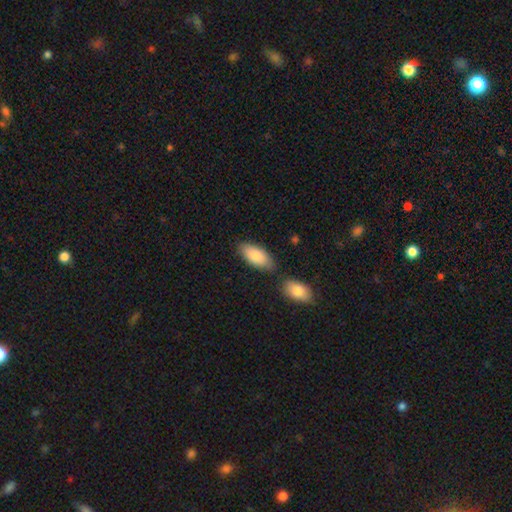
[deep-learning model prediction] smooth 82%, featured or disk 12%, star or artifact 6%. Down the decision tree: how rounded — in between (90%); merging — none (69%).